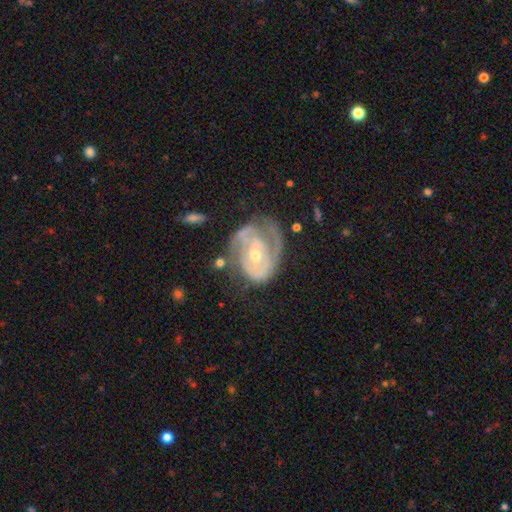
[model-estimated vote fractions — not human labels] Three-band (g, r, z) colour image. It shows a featured or disk galaxy (80%) with no bar (63%), 2 (39%) tight (58%) spiral arms (79%) and a small central bulge (51%). Merging: none (42%).